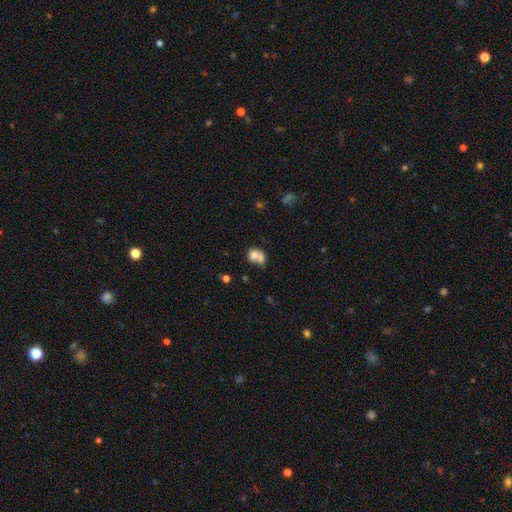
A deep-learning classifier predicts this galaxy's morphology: The model was most divided on "how rounded": in between: 52%, round: 47%, cigar-shaped: 1%. More confident: smooth or featured — smooth (71%); merging — merger (61%).